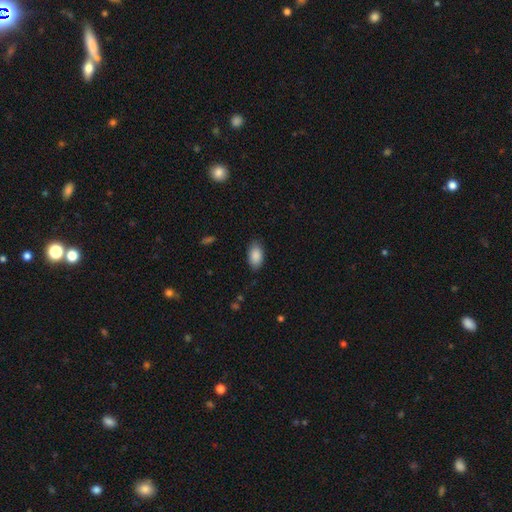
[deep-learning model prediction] smooth_or_featured: smooth (p=0.88) [alt: star or artifact p=0.06]
how_rounded: in between (p=0.94) [alt: round p=0.04]
merging: none (p=0.84) [alt: minor disturbance p=0.13]